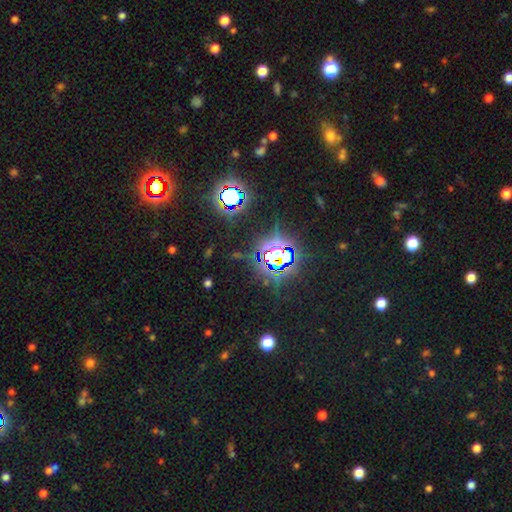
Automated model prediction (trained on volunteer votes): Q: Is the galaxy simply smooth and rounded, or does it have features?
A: star or artifact — 82%.